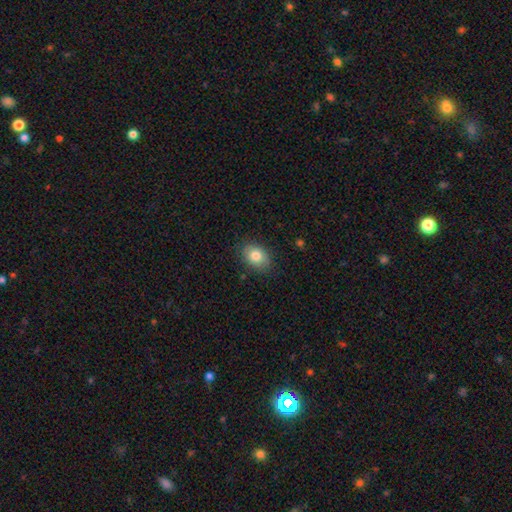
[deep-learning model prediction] The model was most divided on "how rounded": in between: 73%, round: 26%, cigar-shaped: 1%. More confident: merging — none (84%); smooth or featured — smooth (81%).